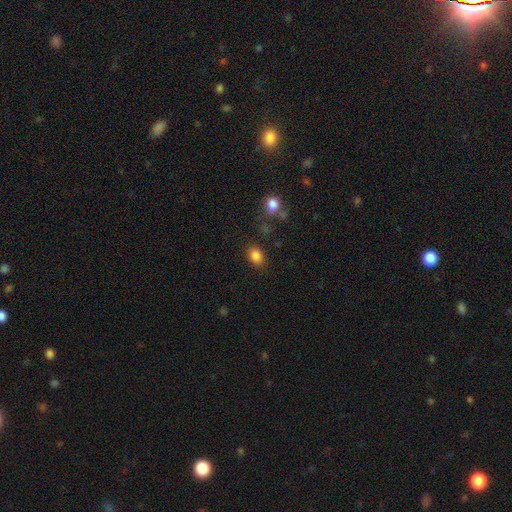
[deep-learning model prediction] smooth_or_featured: smooth (p=0.84) [alt: star or artifact p=0.11]
how_rounded: in between (p=0.61) [alt: round p=0.38]
merging: none (p=0.80) [alt: minor disturbance p=0.12]